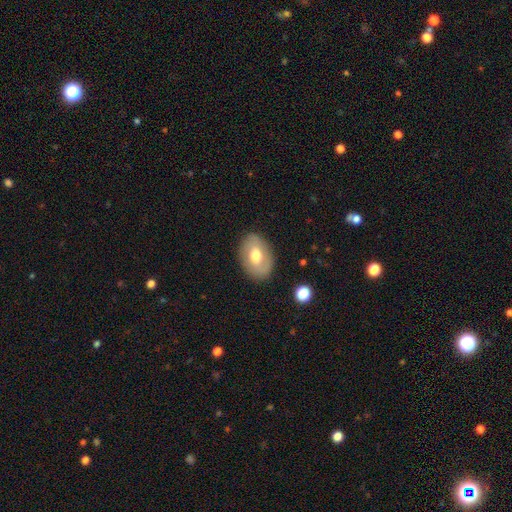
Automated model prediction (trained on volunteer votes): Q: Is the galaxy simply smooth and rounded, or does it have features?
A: smooth — 59%.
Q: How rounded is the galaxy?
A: in between — 81%.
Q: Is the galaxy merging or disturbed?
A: none — 84%.